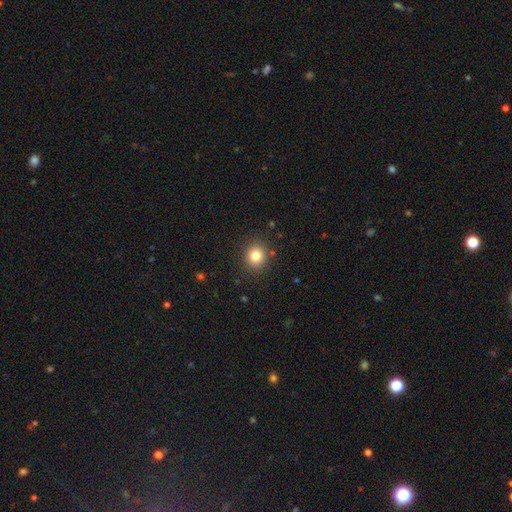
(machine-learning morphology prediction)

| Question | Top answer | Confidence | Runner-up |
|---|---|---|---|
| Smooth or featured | smooth | 81% | star or artifact (12%) |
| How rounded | round | 81% | in between (18%) |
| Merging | none | 88% | minor disturbance (8%) |